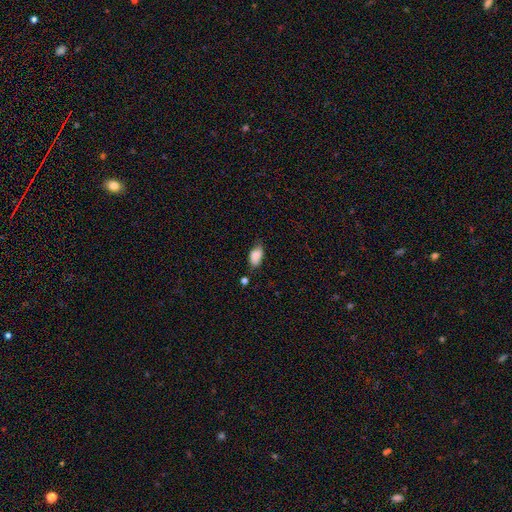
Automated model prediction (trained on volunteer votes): Morphology: type=smooth (86%); roundness=in between (91%); merging=none (60%).